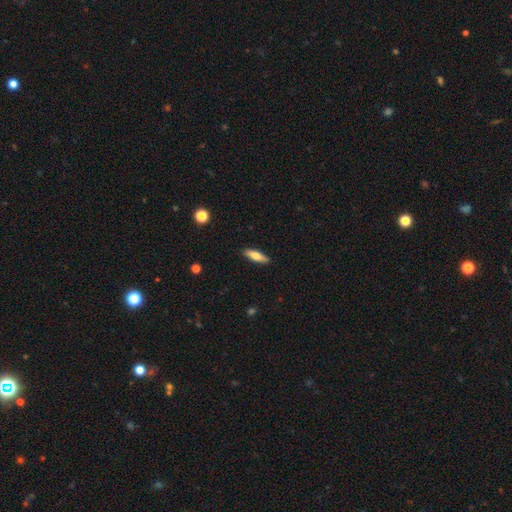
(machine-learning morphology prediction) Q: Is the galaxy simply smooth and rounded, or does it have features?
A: smooth — 63%.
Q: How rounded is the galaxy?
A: cigar-shaped — 62%.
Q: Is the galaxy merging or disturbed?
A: none — 89%.